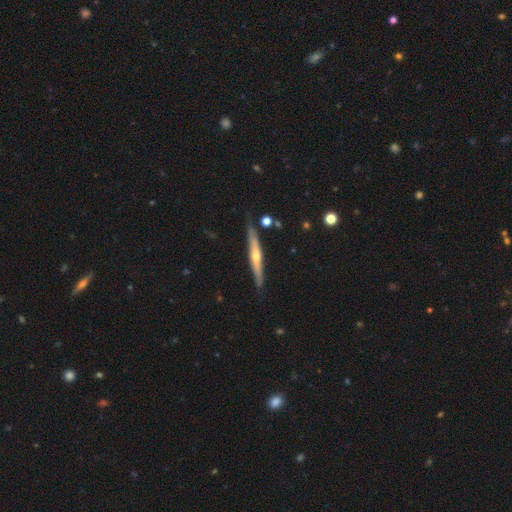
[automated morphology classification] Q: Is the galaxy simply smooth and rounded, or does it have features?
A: featured or disk — 72%.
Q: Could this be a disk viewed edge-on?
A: yes — 97%.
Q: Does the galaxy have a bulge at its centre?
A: rounded — 80%.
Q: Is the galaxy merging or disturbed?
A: none — 87%.